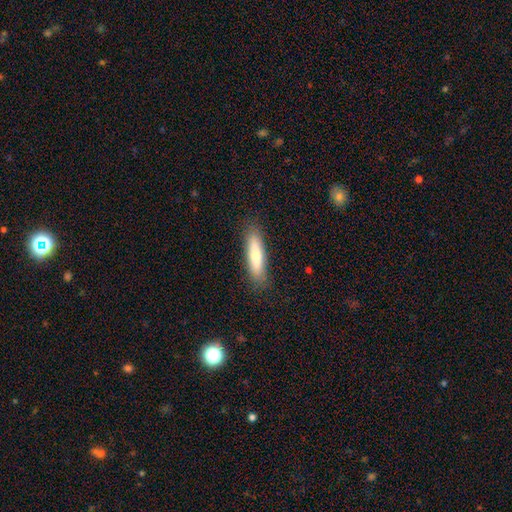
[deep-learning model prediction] smooth-or-featured: smooth: 68% | featured or disk: 26% | star or artifact: 6%
  how-rounded: cigar-shaped: 72% | in between: 26% | round: 2%
  merging: none: 87% | minor disturbance: 9% | major disturbance: 2% | merger: 1%